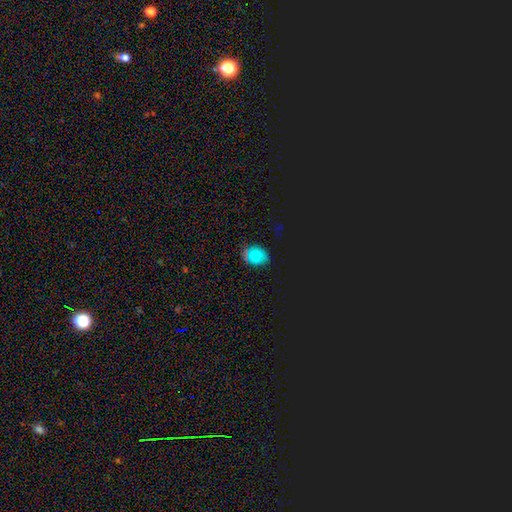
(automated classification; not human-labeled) Smooth or featured? Predicted: smooth (p=0.64). How rounded? Predicted: in between (p=0.64). Merging? Predicted: none (p=0.75).